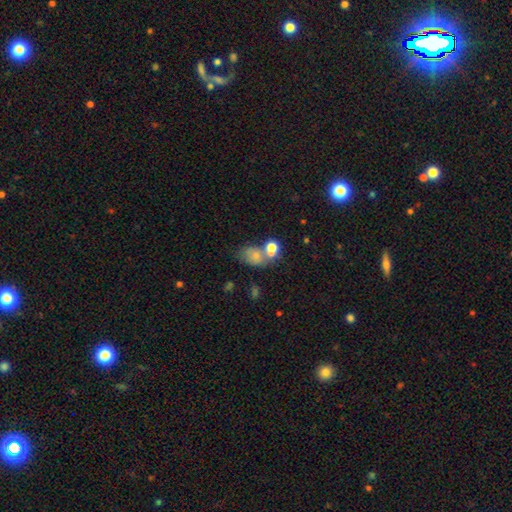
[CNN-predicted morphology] The model was most divided on "merging": merger: 43%, none: 33%, minor disturbance: 15%, major disturbance: 10%. More confident: smooth or featured — smooth (67%); how rounded — in between (66%).